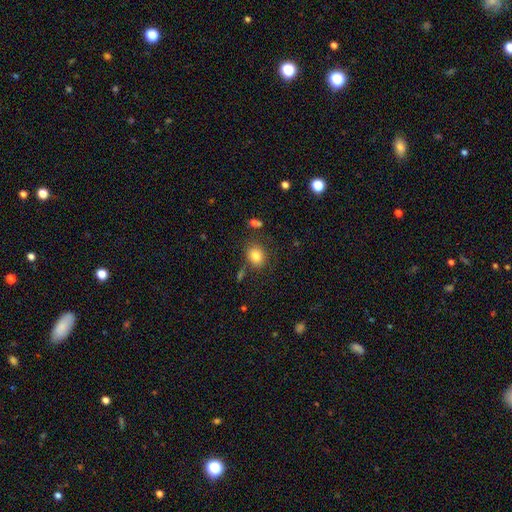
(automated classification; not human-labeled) smooth_or_featured: smooth (p=0.82) [alt: star or artifact p=0.10]
how_rounded: round (p=0.63) [alt: in between p=0.36]
merging: none (p=0.78) [alt: minor disturbance p=0.13]